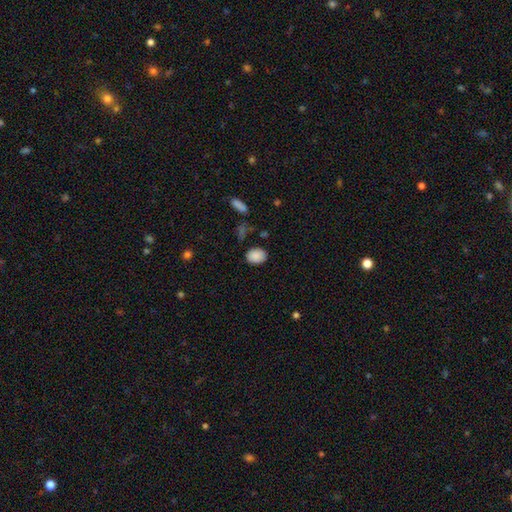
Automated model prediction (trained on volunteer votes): Overall: smooth (88%). How rounded: in between (68%; round 31%). Merging: none (79%).